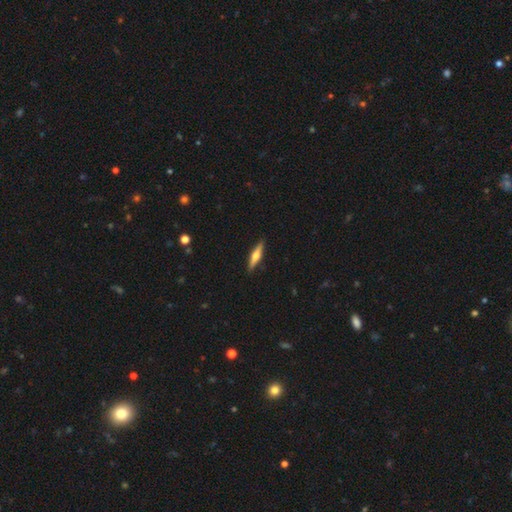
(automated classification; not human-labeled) A featured or disk galaxy (52%) viewed edge-on (95%).

Vote fractions:
- Smooth or featured? featured or disk: 52% / smooth: 42% / star or artifact: 6%
- Edge-on disk? yes: 95% / no: 5%
- Merging? none: 90% / minor disturbance: 7% / major disturbance: 2% / merger: 1%